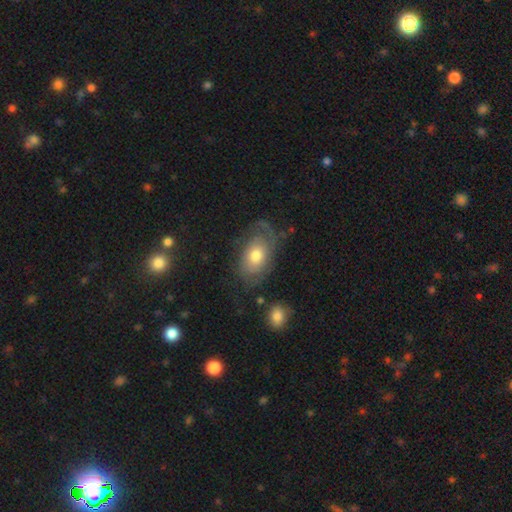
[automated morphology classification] This appears to be a featured or disk galaxy (58%) with no bar (84%), spiral arms (75%) and a moderate central bulge (68%). Merging: none (56%).